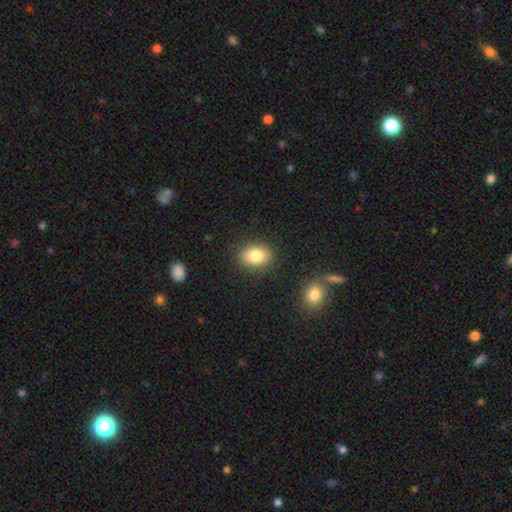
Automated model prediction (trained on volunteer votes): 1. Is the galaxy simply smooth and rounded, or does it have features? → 82% smooth, 9% featured or disk, 9% star or artifact.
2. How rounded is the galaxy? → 73% in between, 26% round, 1% cigar-shaped.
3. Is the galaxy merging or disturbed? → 86% none, 10% minor disturbance, 3% major disturbance, 2% merger.